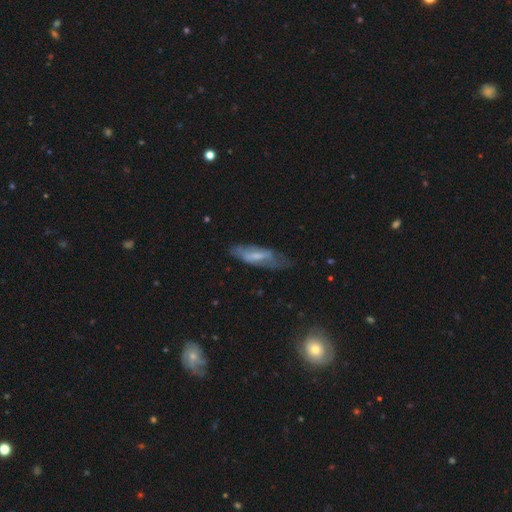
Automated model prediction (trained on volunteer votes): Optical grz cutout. It shows a featured or disk galaxy (48%). Merging: none (56%).